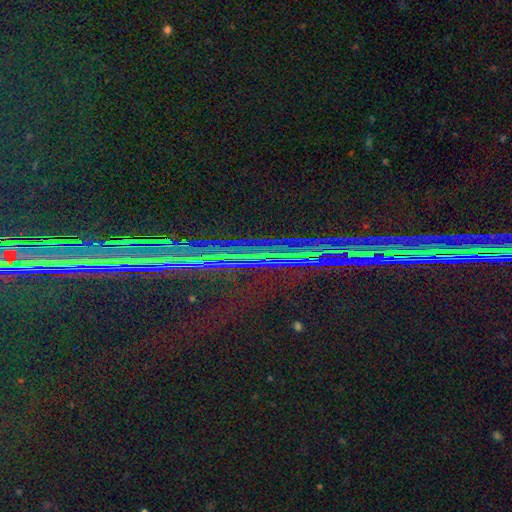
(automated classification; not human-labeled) Smooth or featured? Predicted: star or artifact (p=0.86).